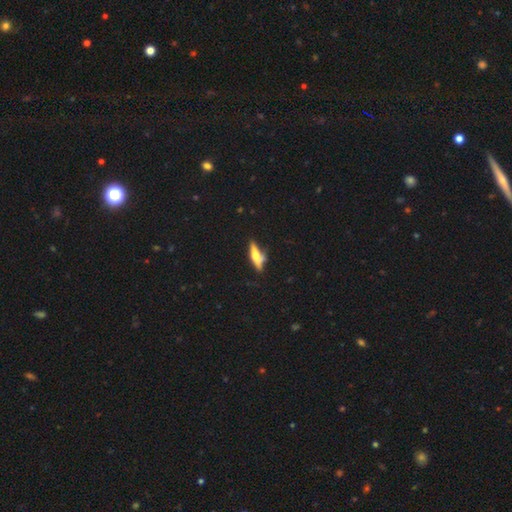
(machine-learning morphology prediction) This is possibly a featured or disk galaxy (51%). It is clearly viewed edge-on (88%). Merging: likely none (61%).